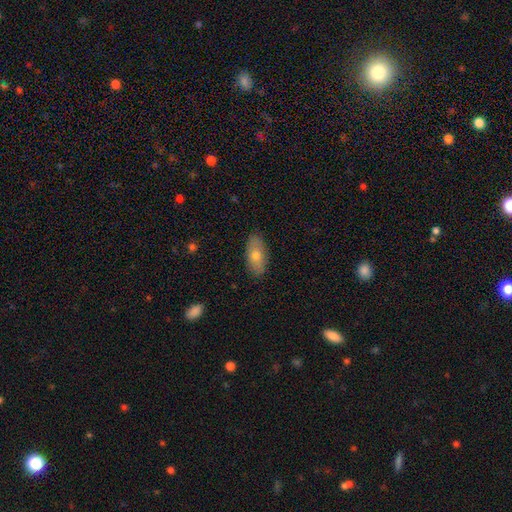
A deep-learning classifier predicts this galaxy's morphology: A smooth galaxy with no disk features (68%) that is in between round and cigar-shaped (89%).

Vote fractions:
- Smooth or featured? smooth: 68% / featured or disk: 25% / star or artifact: 7%
- How rounded? in between: 89% / cigar-shaped: 7% / round: 4%
- Merging? none: 87% / minor disturbance: 10% / major disturbance: 2% / merger: 1%